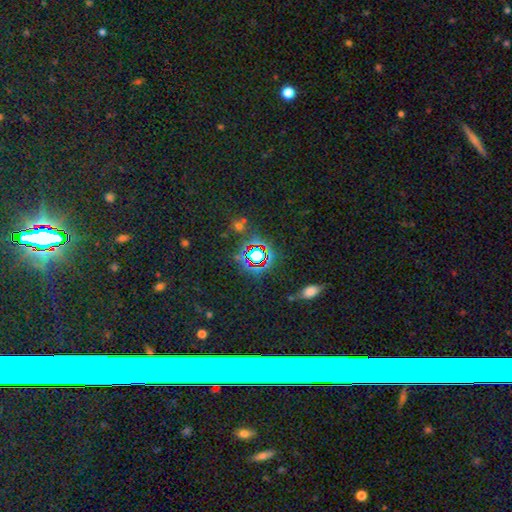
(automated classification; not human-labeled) smooth_or_featured: star or artifact (p=0.71) [alt: smooth p=0.19]